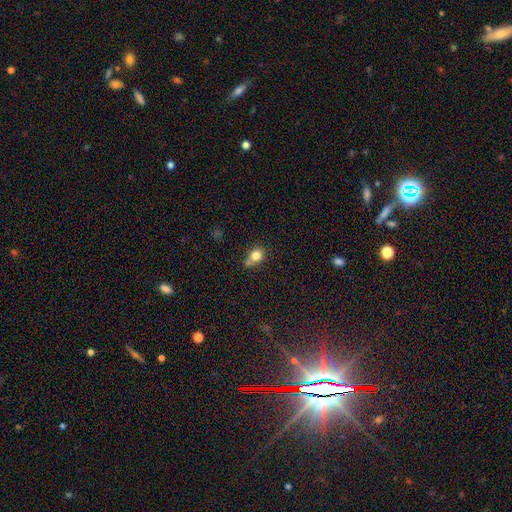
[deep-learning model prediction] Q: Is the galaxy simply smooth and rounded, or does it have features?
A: smooth — 80%.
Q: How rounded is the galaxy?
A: round — 65%.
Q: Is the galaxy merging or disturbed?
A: none — 56%.